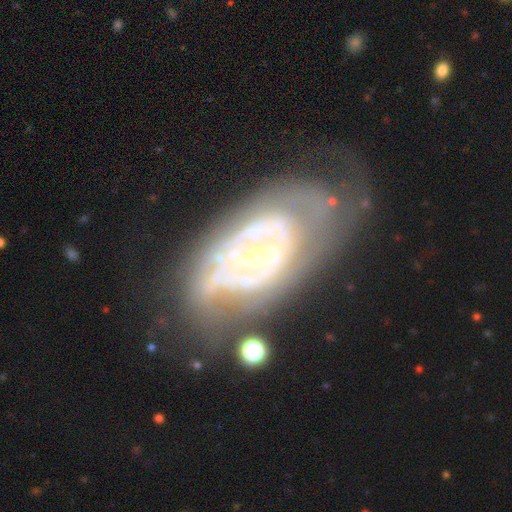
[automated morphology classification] Smooth or featured: featured or disk — 81% (smooth — 12%)
Edge-on disk: no — 93% (yes — 7%)
Bar: no — 64% (weak — 24%)
Spiral arms: yes — 68% (no — 32%)
Spiral winding: tight — 63% (medium — 27%)
Spiral arm count: can't tell — 48% (2 — 30%)
Bulge size: small — 71% (moderate — 23%)
Merging: none — 44% (major disturbance — 26%)